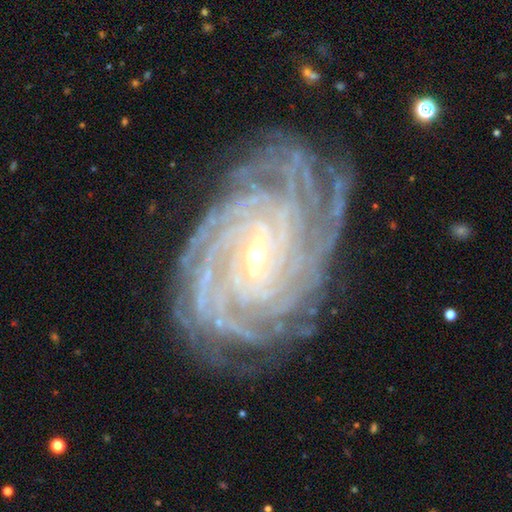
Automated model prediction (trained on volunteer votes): Smooth or featured? Predicted: featured or disk (p=0.92). Edge-on disk? Predicted: no (p=0.97). Bar? Predicted: weak (p=0.46). Spiral arms? Predicted: yes (p=0.99). Spiral winding? Predicted: tight (p=0.87). Spiral arm count? Predicted: more than 4 (p=0.40). Bulge size? Predicted: small (p=0.68). Merging? Predicted: none (p=0.81).